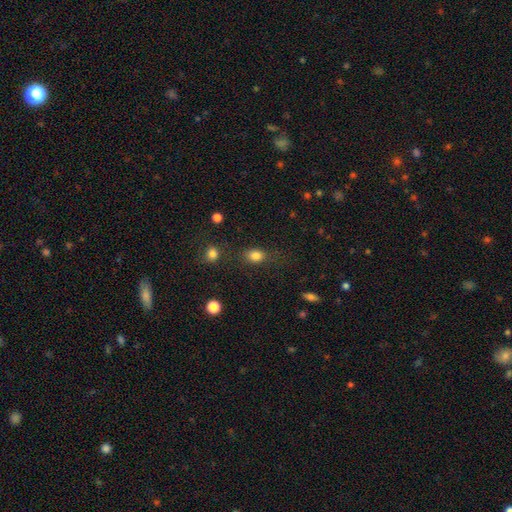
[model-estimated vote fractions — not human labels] smooth-or-featured: smooth: 82% | star or artifact: 12% | featured or disk: 6%
  how-rounded: in between: 60% | round: 39% | cigar-shaped: 2%
  merging: none: 72% | minor disturbance: 16% | major disturbance: 8% | merger: 4%